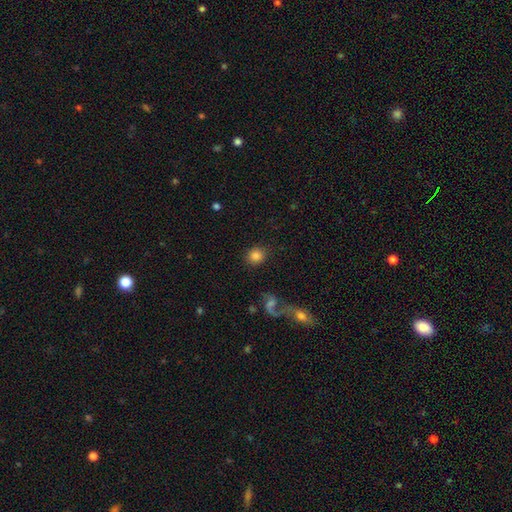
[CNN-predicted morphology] A smooth galaxy with no disk features (83%) that is round (82%).

Vote fractions:
- Smooth or featured? smooth: 83% / star or artifact: 9% / featured or disk: 8%
- How rounded? round: 82% / in between: 17% / cigar-shaped: 1%
- Merging? none: 84% / minor disturbance: 8% / major disturbance: 4% / merger: 4%